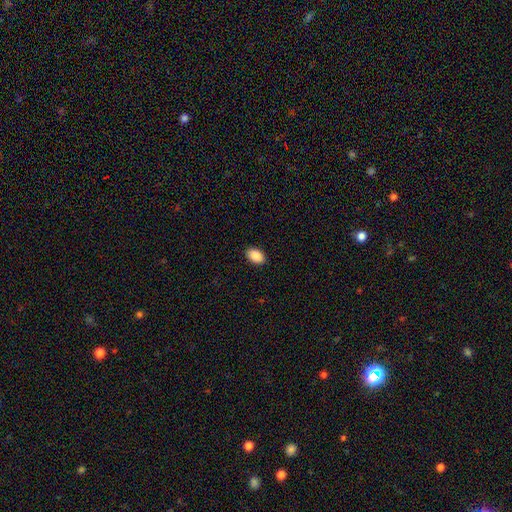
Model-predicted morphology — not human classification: A smooth galaxy with no disk features (90%) that is in between round and cigar-shaped (88%). Merging: none (90%).